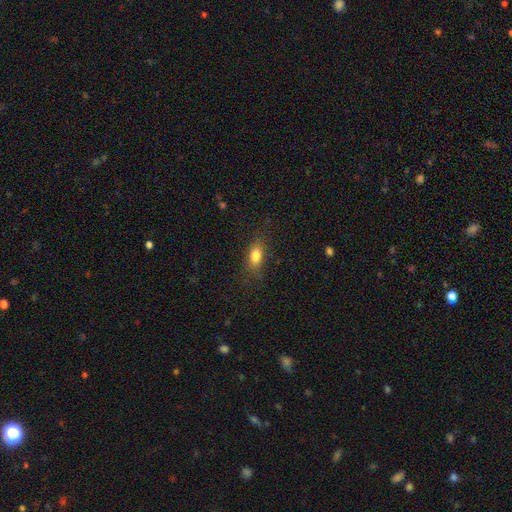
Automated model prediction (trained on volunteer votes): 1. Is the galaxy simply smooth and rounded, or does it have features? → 81% smooth, 10% featured or disk, 9% star or artifact.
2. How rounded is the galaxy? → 80% in between, 11% cigar-shaped, 9% round.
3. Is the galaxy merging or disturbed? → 78% none, 15% minor disturbance, 6% major disturbance, 1% merger.